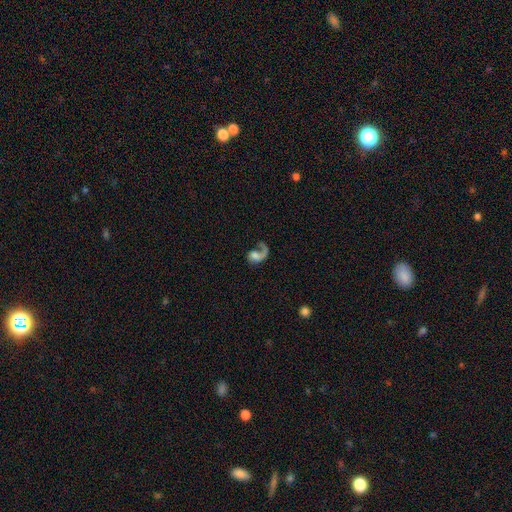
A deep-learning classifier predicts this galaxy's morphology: Smooth or featured? Predicted: featured or disk (p=0.65). Edge-on disk? Predicted: no (p=0.98). Bar? Predicted: no (p=0.74). Spiral arms? Predicted: yes (p=0.85). Spiral winding? Predicted: loose (p=0.70). Spiral arm count? Predicted: 1 (p=0.90). Bulge size? Predicted: moderate (p=0.30). Merging? Predicted: major disturbance (p=0.45).